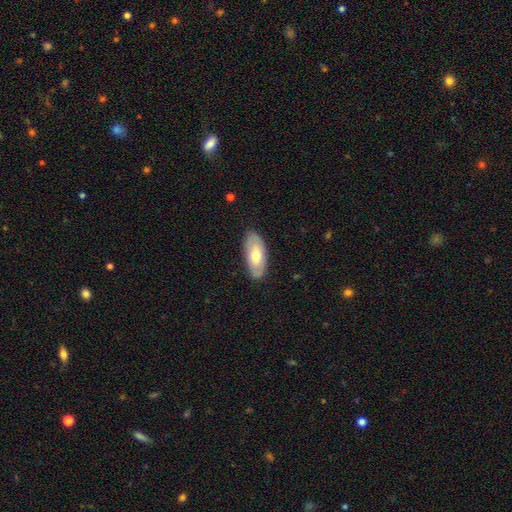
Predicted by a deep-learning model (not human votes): This is likely a smooth galaxy (60%). How rounded: clearly in between (90%). Merging: clearly none (86%).